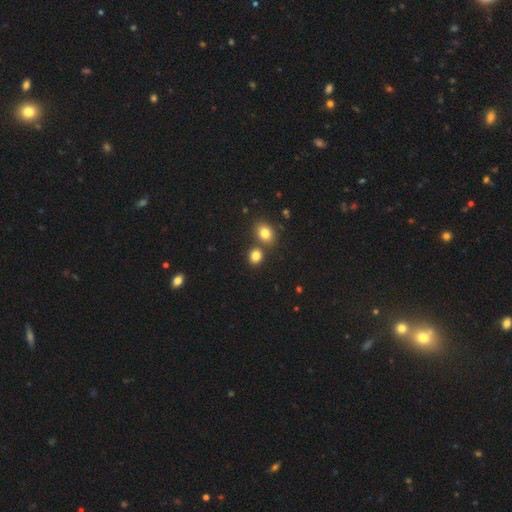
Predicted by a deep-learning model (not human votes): smooth_or_featured: smooth (p=0.82) [alt: star or artifact p=0.12]
how_rounded: round (p=0.64) [alt: in between p=0.35]
merging: none (p=0.68) [alt: merger p=0.21]